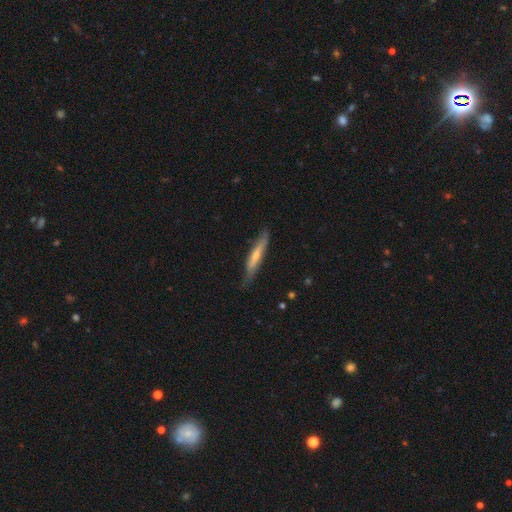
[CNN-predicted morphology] smooth_or_featured: smooth (p=0.48) [alt: featured or disk p=0.46]
merging: none (p=0.70) [alt: minor disturbance p=0.23]